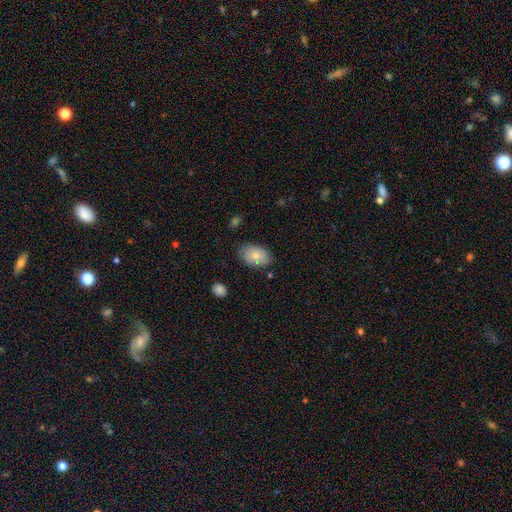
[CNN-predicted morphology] This is likely a smooth galaxy (78%). How rounded: clearly in between (90%). Merging: clearly none (80%).